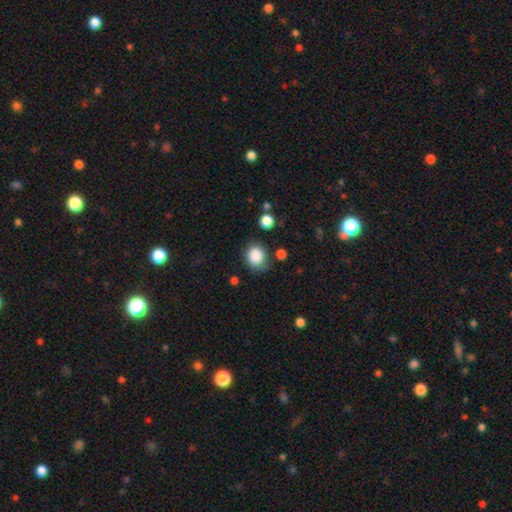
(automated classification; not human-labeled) smooth_or_featured: smooth (p=0.86) [alt: star or artifact p=0.09]
how_rounded: round (p=0.73) [alt: in between p=0.26]
merging: none (p=0.70) [alt: minor disturbance p=0.19]